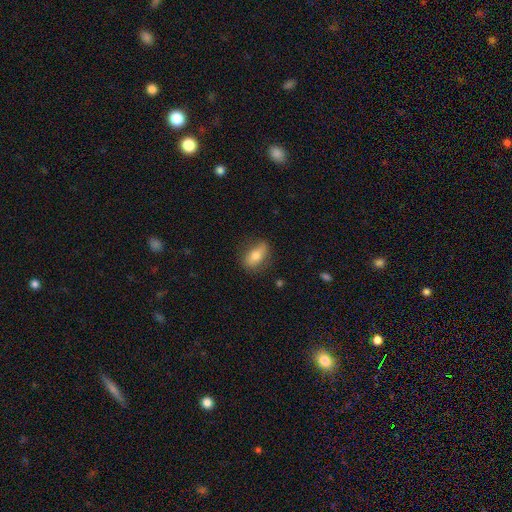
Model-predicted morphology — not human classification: The model was most divided on "smooth or featured": smooth: 66%, featured or disk: 27%, star or artifact: 8%. More confident: how rounded — in between (78%); merging — none (77%).